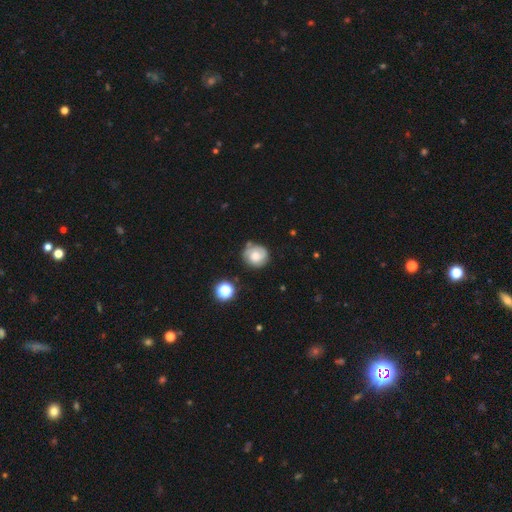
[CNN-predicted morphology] This appears to be a smooth galaxy with no disk features (58%) that is round (85%). Merging: none (65%).